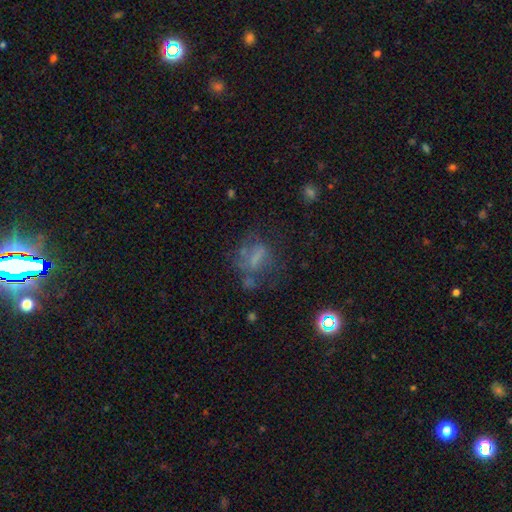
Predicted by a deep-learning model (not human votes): Smooth or featured?
  - smooth: 39% *
  - featured or disk: 37%
  - star or artifact: 24%
Merging?
  - none: 45% *
  - major disturbance: 27%
  - minor disturbance: 20%
  - merger: 8%